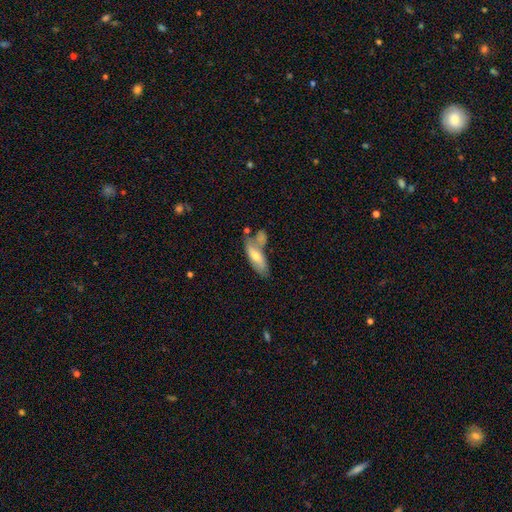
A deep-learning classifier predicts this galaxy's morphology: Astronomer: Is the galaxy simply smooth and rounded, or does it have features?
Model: smooth — 59% (runner-up: featured or disk, 35%).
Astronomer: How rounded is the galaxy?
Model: in between — 64%.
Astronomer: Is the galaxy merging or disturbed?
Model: none — 40% (runner-up: merger, 31%).